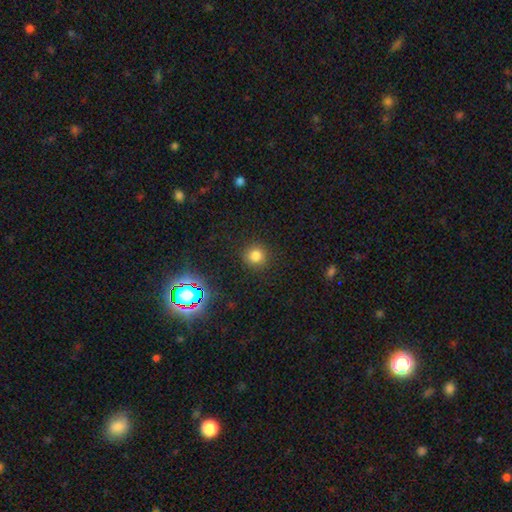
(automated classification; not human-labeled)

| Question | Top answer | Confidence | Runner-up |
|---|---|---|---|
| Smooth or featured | smooth | 80% | star or artifact (15%) |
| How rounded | round | 92% | in between (7%) |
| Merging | none | 88% | minor disturbance (8%) |